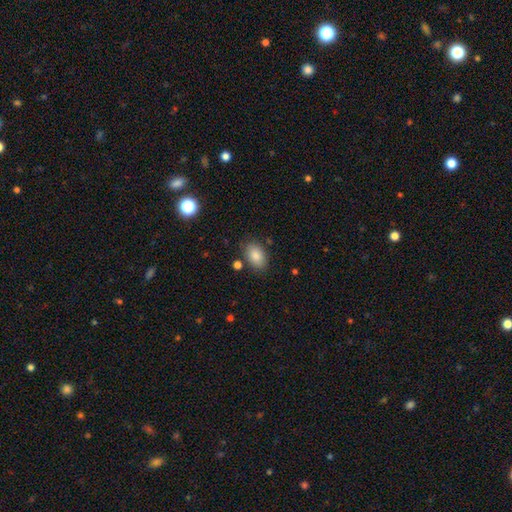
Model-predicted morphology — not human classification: Q: Smooth or featured?
A: smooth (86%); runner-up: star or artifact (8%)
Q: How rounded?
A: in between (88%); runner-up: round (11%)
Q: Merging?
A: none (80%); runner-up: minor disturbance (13%)